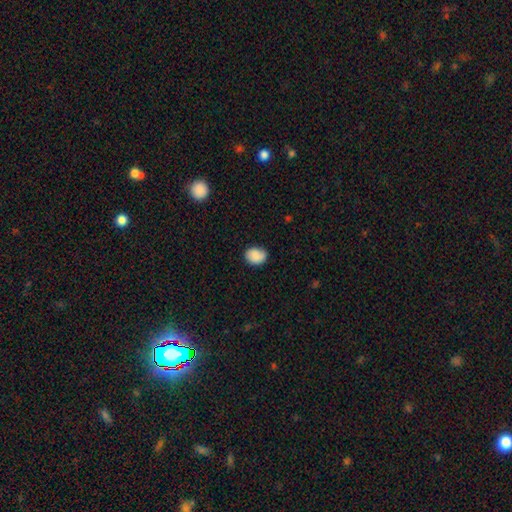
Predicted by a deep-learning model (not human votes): The model was most divided on "how rounded": round: 52%, in between: 47%, cigar-shaped: 1%. More confident: smooth or featured — smooth (85%); merging — none (75%).